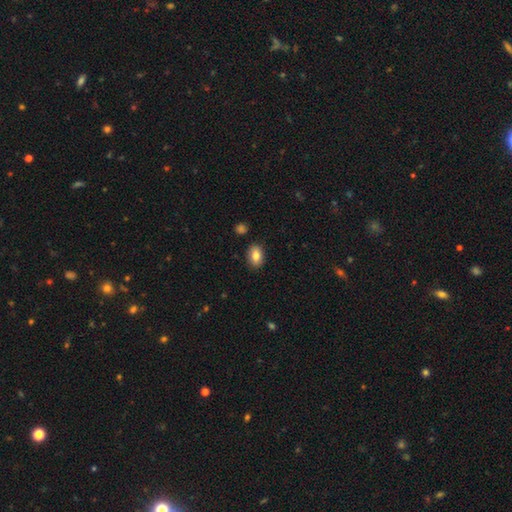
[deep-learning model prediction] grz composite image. It shows a smooth galaxy with no disk features (81%) that is in between round and cigar-shaped (81%). Merging: none (87%).